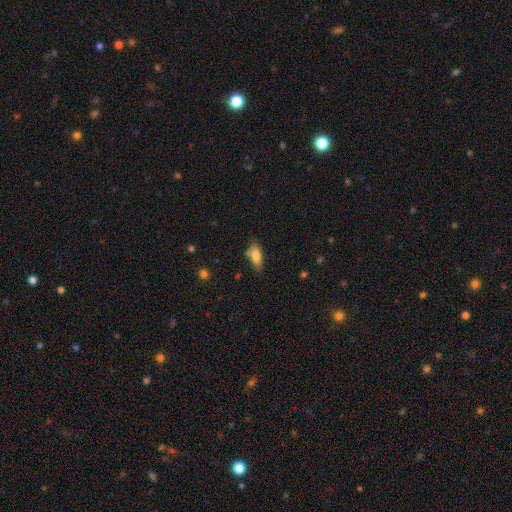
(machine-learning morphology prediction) Q: Smooth or featured?
A: smooth (77%); runner-up: featured or disk (15%)
Q: How rounded?
A: in between (73%); runner-up: cigar-shaped (25%)
Q: Merging?
A: none (65%); runner-up: minor disturbance (21%)